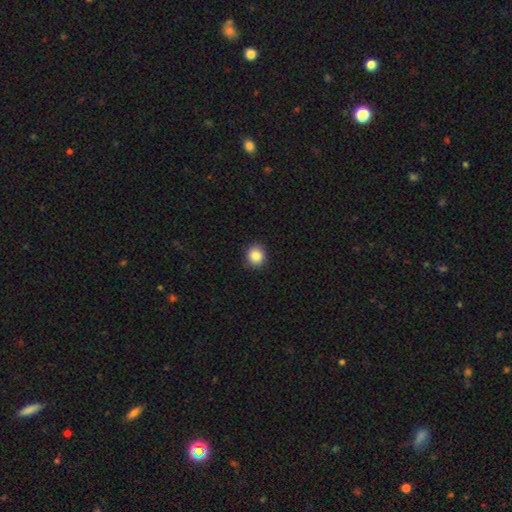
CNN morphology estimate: type=smooth (87%); roundness=round (87%); merging=none (90%).